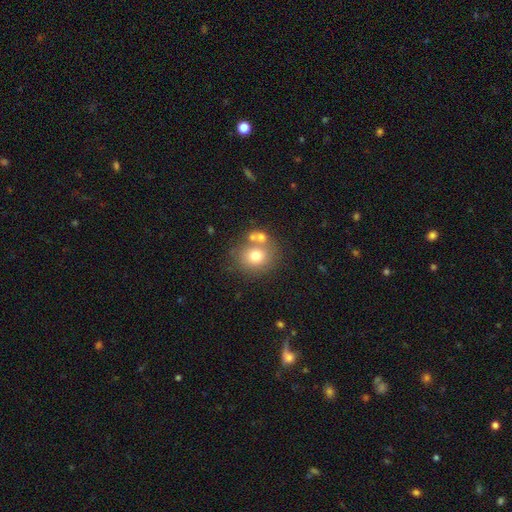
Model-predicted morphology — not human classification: type=smooth (72%); roundness=round (77%); merging=none (58%).